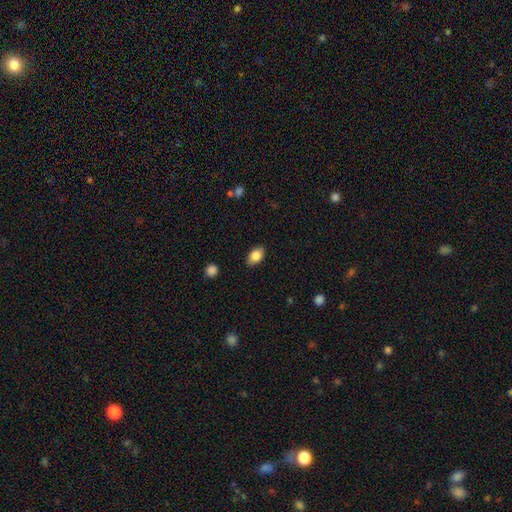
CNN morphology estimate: This is clearly a smooth galaxy (85%). How rounded: clearly in between (88%). Merging: clearly none (85%).